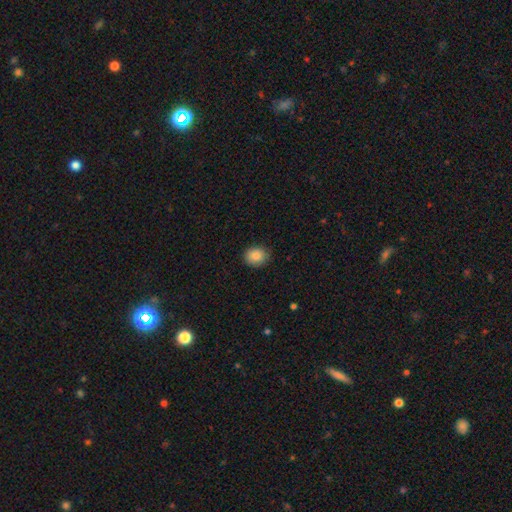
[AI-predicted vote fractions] A smooth galaxy with no disk features (87%) that is round (56%). Merging: none (88%).